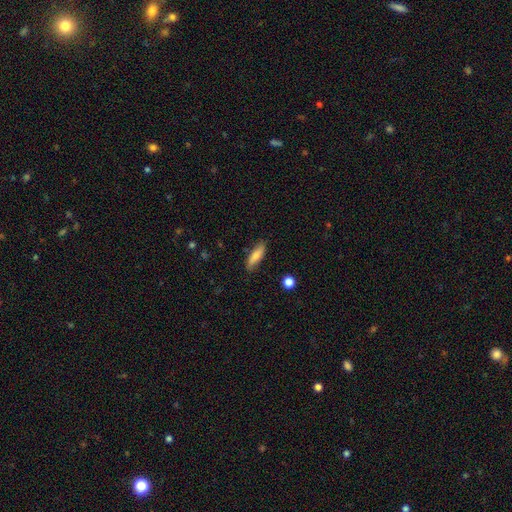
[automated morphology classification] Smooth or featured?
  - smooth: 79% *
  - featured or disk: 15%
  - star or artifact: 7%
How rounded?
  - cigar-shaped: 52% *
  - in between: 46%
  - round: 2%
Merging?
  - none: 82% *
  - minor disturbance: 14%
  - major disturbance: 2%
  - merger: 2%